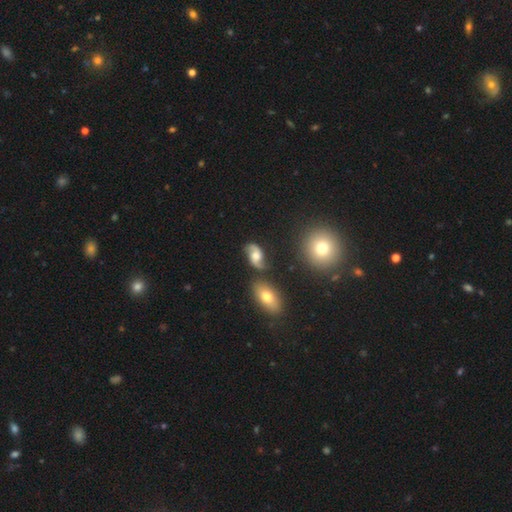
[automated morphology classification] Overall: featured or disk (74%). Edge-on disk: no (96%). Bar: no (60%; weak 34%). Spiral arms: yes (93%). Spiral arm count: 2 (92%). Spiral winding: loose (58%; medium 33%). Bulge size: moderate (51%; large 28%). Merging: none (70%).